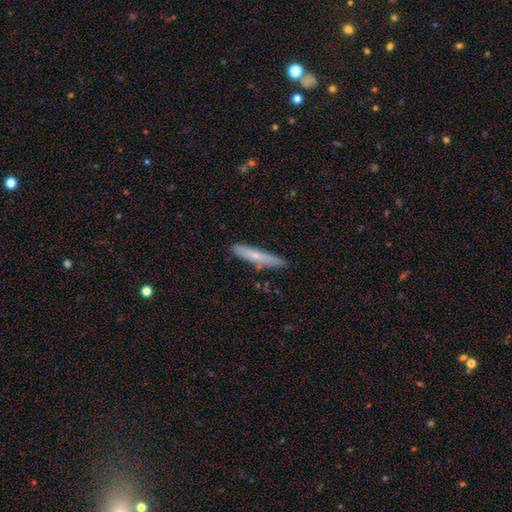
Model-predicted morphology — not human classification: The model was most divided on "smooth or featured": smooth: 62%, featured or disk: 31%, star or artifact: 6%. More confident: how rounded — cigar-shaped (91%); merging — none (81%).